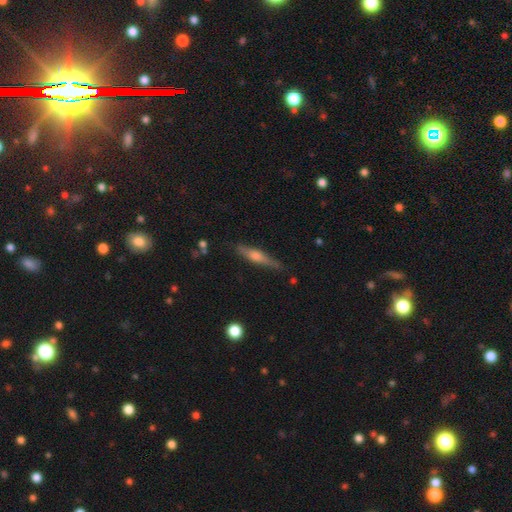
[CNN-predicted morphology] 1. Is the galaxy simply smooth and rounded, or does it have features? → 60% featured or disk, 33% smooth, 7% star or artifact.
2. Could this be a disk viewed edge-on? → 95% yes, 5% no.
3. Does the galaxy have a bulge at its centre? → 77% rounded, 15% boxy, 7% none.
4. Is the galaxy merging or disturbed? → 81% none, 14% minor disturbance, 3% major disturbance, 2% merger.